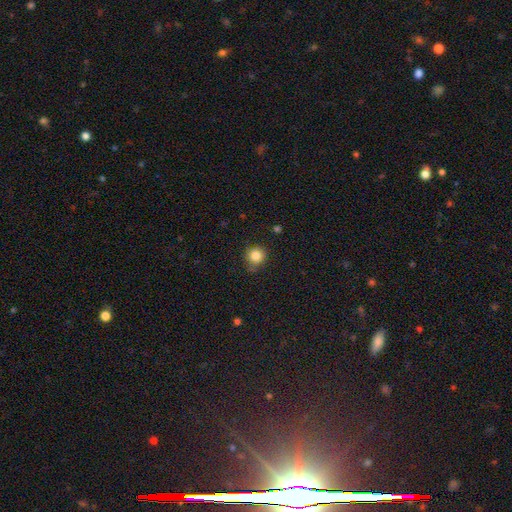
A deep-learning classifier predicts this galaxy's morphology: A smooth galaxy with no disk features (84%) that is round (91%). Merging: none (78%).